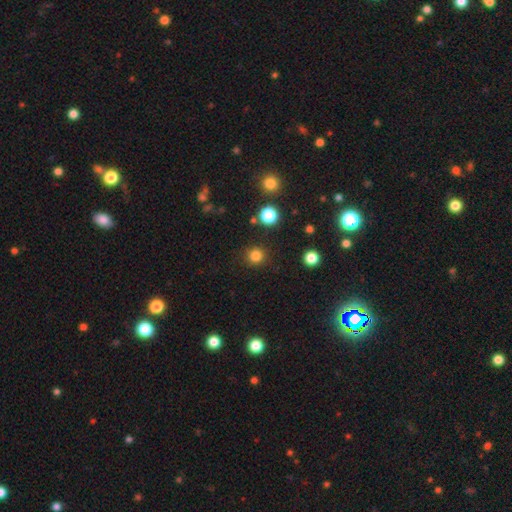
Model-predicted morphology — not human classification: A smooth galaxy with no disk features (83%) that is round (94%).

Vote fractions:
- Smooth or featured? smooth: 83% / star or artifact: 14% / featured or disk: 4%
- How rounded? round: 94% / in between: 5% / cigar-shaped: 1%
- Merging? none: 90% / minor disturbance: 6% / major disturbance: 2% / merger: 2%